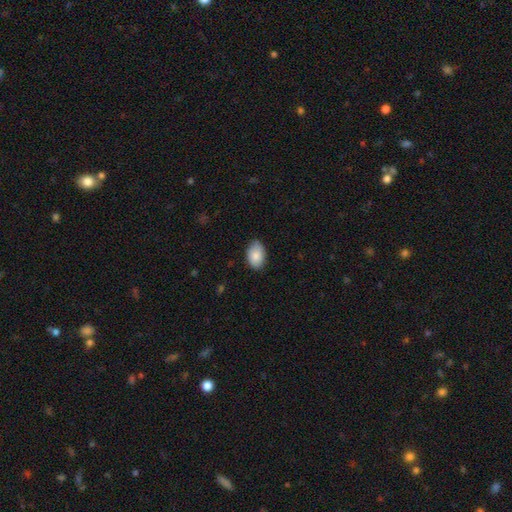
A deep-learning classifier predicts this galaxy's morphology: This appears to be a smooth galaxy with no disk features (87%) that is in between round and cigar-shaped (89%). Merging: none (84%).